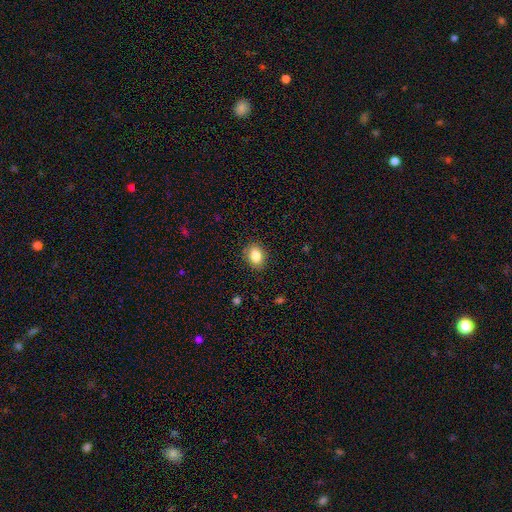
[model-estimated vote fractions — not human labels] Smooth or featured? smooth (85%)
How rounded? in between (65%)
Merging? none (87%)